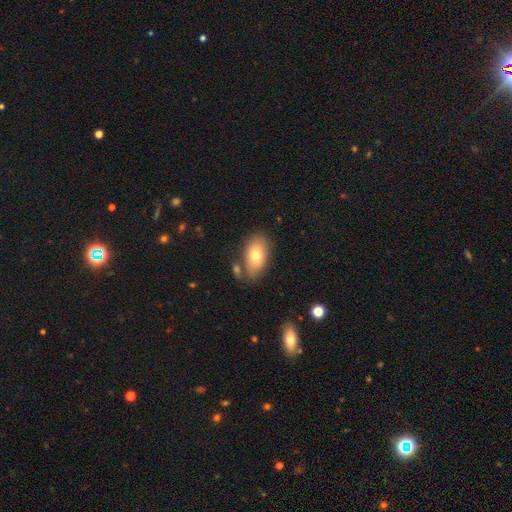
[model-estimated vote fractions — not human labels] smooth_or_featured: smooth (p=0.74) [alt: featured or disk p=0.18]
how_rounded: in between (p=0.91) [alt: round p=0.07]
merging: none (p=0.73) [alt: minor disturbance p=0.15]